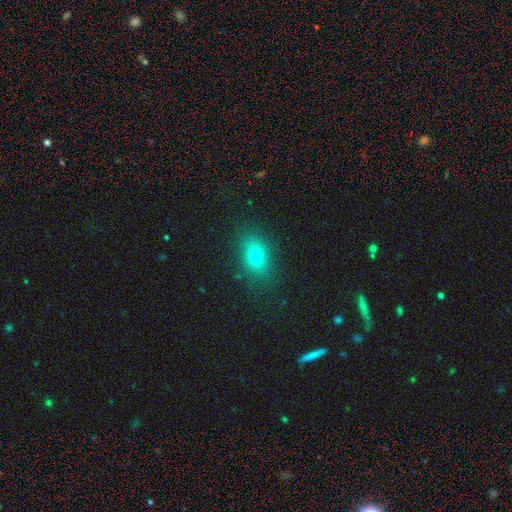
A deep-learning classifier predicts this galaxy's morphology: Smooth or featured? smooth (73%)
How rounded? in between (75%)
Merging? none (83%)